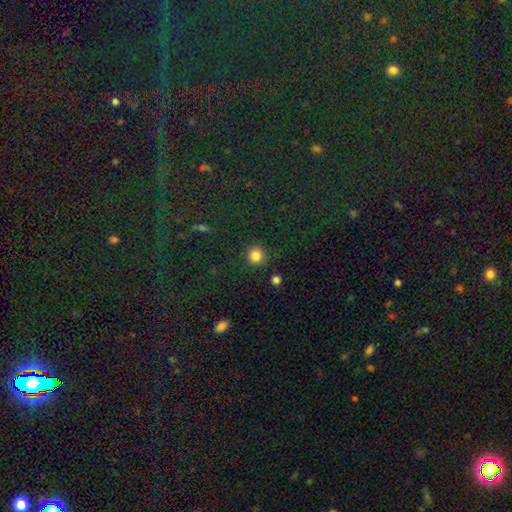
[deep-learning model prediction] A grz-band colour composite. It shows a smooth galaxy with no disk features (84%) that is round (93%). Merging: none (89%).